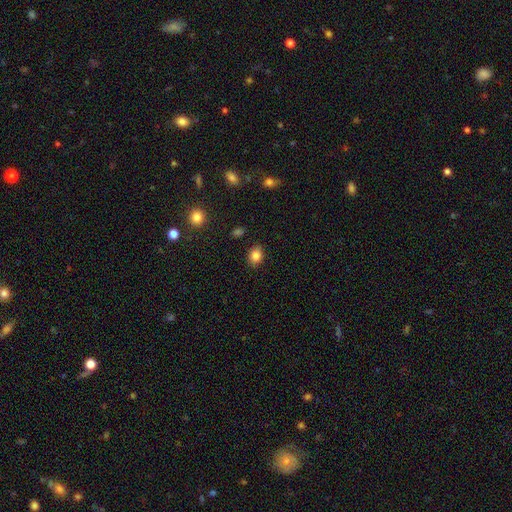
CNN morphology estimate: This appears to be a smooth galaxy with no disk features (84%) that is in between round and cigar-shaped (55%). Merging: none (87%).